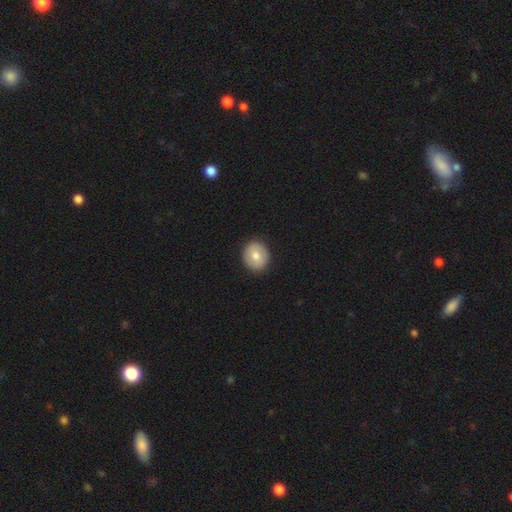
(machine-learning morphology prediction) smooth-or-featured: smooth: 74% | featured or disk: 19% | star or artifact: 7%
  how-rounded: round: 82% | in between: 17% | cigar-shaped: 1%
  merging: none: 91% | minor disturbance: 6% | major disturbance: 2% | merger: 1%